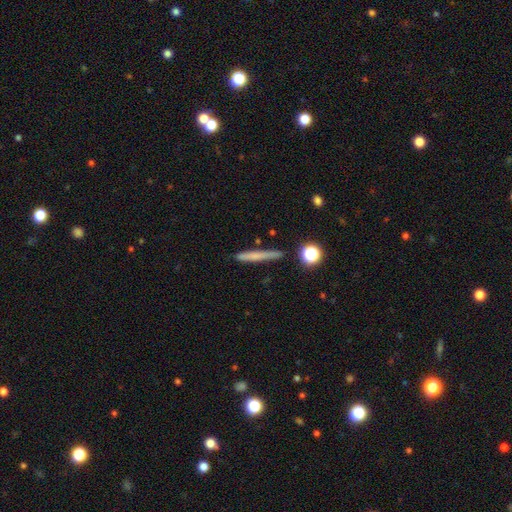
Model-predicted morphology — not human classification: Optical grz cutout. It shows a smooth galaxy with no disk features (62%) that is cigar-shaped (93%). Merging: none (86%).